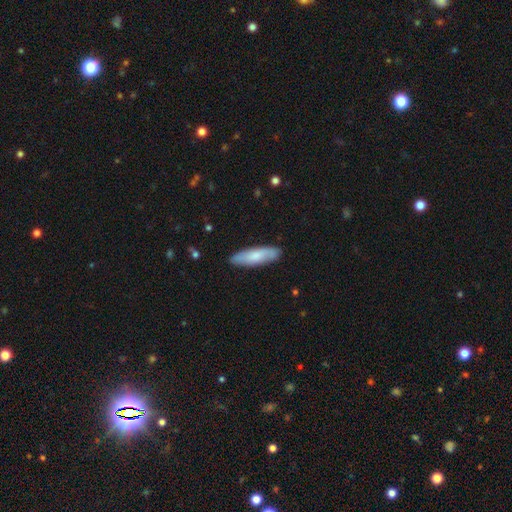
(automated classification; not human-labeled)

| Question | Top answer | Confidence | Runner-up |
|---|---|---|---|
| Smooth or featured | smooth | 72% | featured or disk (23%) |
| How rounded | cigar-shaped | 61% | in between (37%) |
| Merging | none | 87% | minor disturbance (10%) |